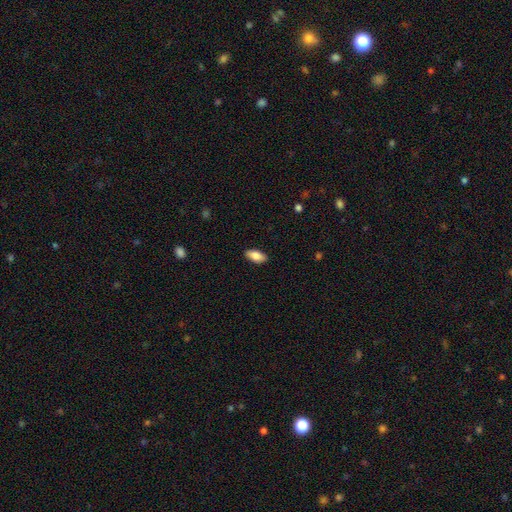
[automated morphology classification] Overall: smooth (84%). How rounded: in between (89%). Merging: none (89%).